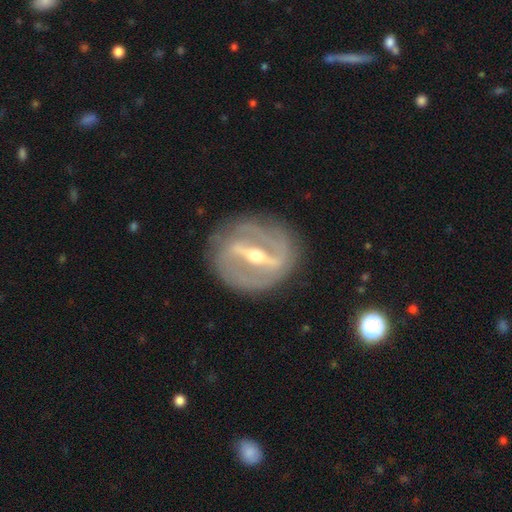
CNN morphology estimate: This is clearly a featured or disk galaxy (87%). It is clearly not viewed edge-on (84%). Bar: clearly strong (84%). Spiral arm pattern: likely yes (72%). Spiral arm count: likely 2 (63%). Spiral winding: possibly tight (54%). Central bulge: likely moderate (61%). Merging: clearly none (84%).